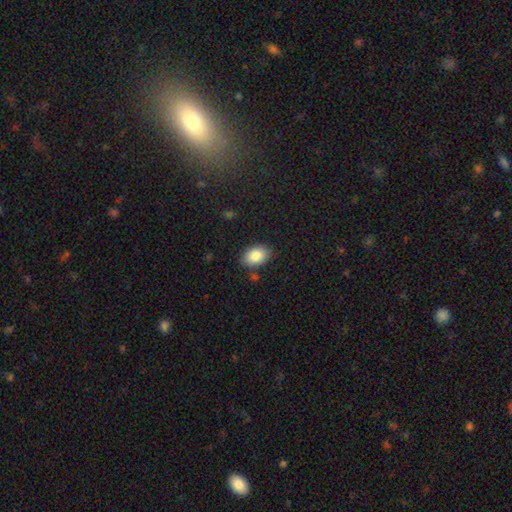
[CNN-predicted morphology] The model was most divided on "merging": none: 83%, minor disturbance: 12%, major disturbance: 3%, merger: 3%. More confident: how rounded — in between (87%); smooth or featured — smooth (86%).